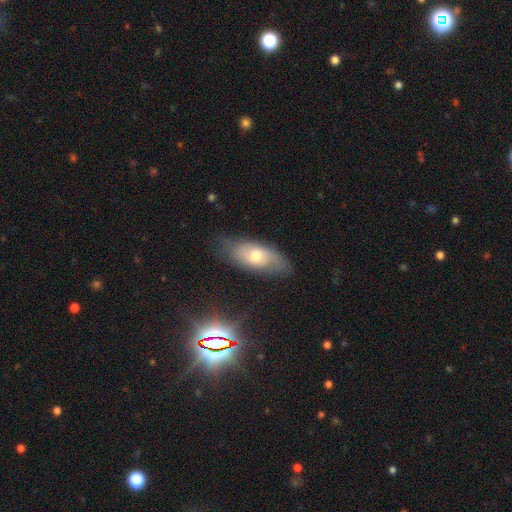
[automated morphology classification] smooth-or-featured: smooth: 51% | featured or disk: 36% | star or artifact: 13%
  how-rounded: in between: 85% | cigar-shaped: 11% | round: 4%
  merging: none: 69% | minor disturbance: 23% | major disturbance: 6% | merger: 2%